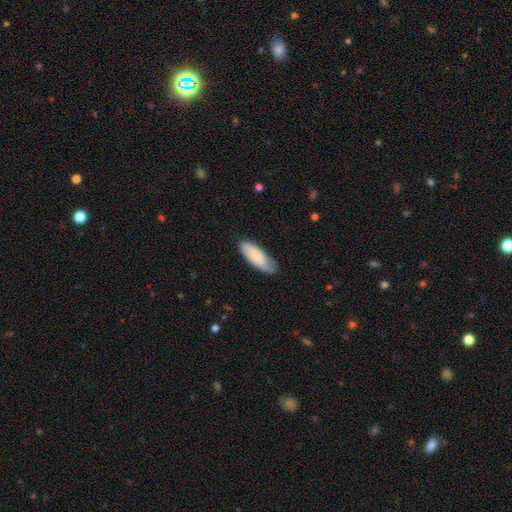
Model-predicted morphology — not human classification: Overall: smooth (82%). How rounded: in between (70%). Merging: none (78%).